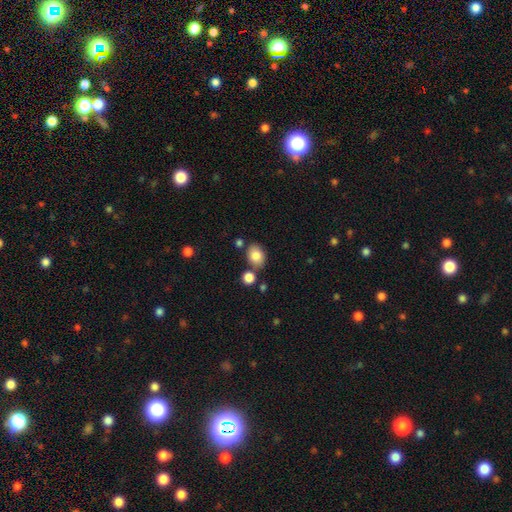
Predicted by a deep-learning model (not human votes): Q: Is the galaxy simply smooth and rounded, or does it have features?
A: smooth — 84%.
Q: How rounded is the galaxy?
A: in between — 62%.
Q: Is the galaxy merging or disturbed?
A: none — 71%.